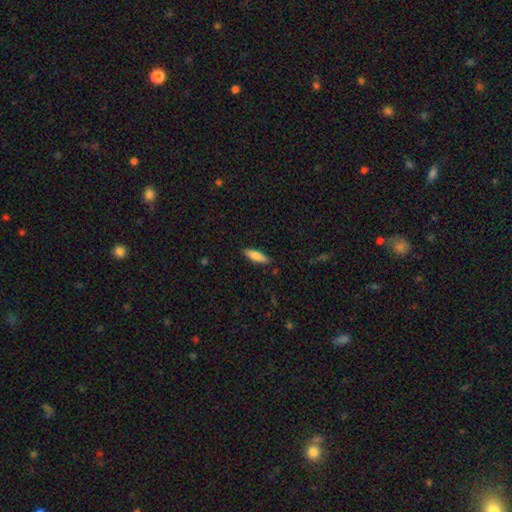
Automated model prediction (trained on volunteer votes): Smooth or featured?
  - smooth: 78% *
  - featured or disk: 16%
  - star or artifact: 6%
How rounded?
  - cigar-shaped: 52% *
  - in between: 46%
  - round: 2%
Merging?
  - none: 86% *
  - minor disturbance: 10%
  - major disturbance: 2%
  - merger: 1%